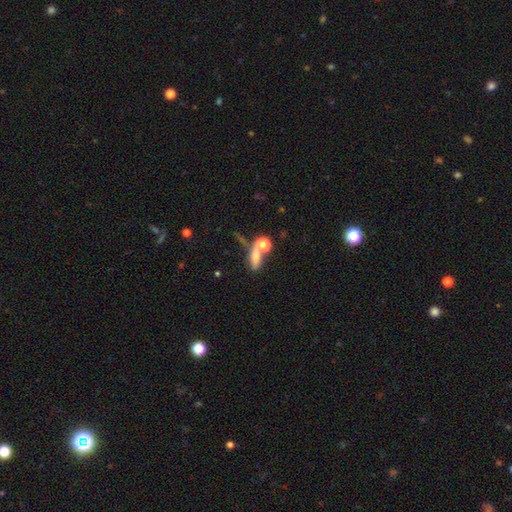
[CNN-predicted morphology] smooth 64%, featured or disk 21%, star or artifact 15%. Down the decision tree: how rounded — in between (55%); merging — merger (41%).